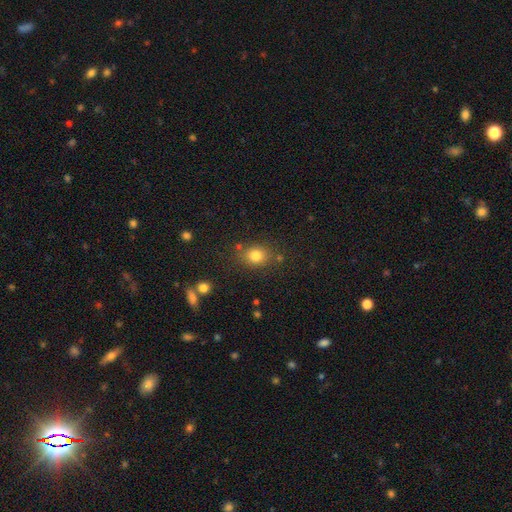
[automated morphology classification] This is clearly a smooth galaxy (81%). How rounded: possibly round (60%). Merging: likely none (77%).